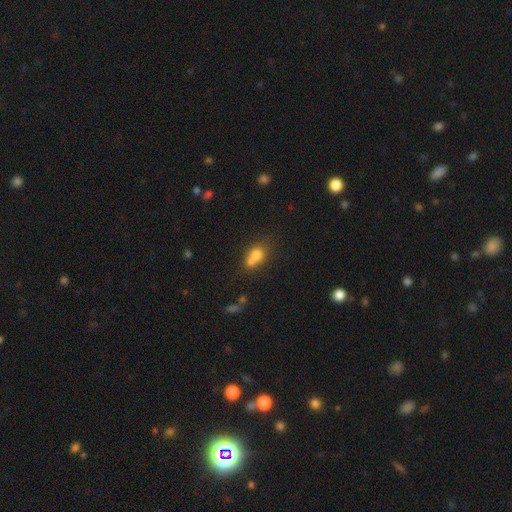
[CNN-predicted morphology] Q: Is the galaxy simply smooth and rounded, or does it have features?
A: smooth — 73%.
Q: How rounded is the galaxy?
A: round — 58%.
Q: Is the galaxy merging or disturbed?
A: merger — 55%.